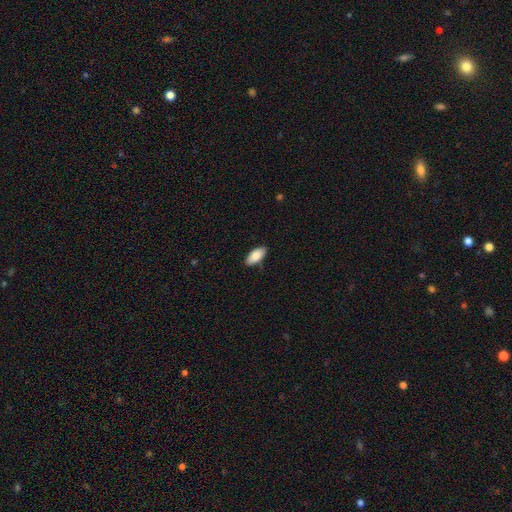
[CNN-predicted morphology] Smooth or featured? smooth (86%)
How rounded? in between (90%)
Merging? none (87%)